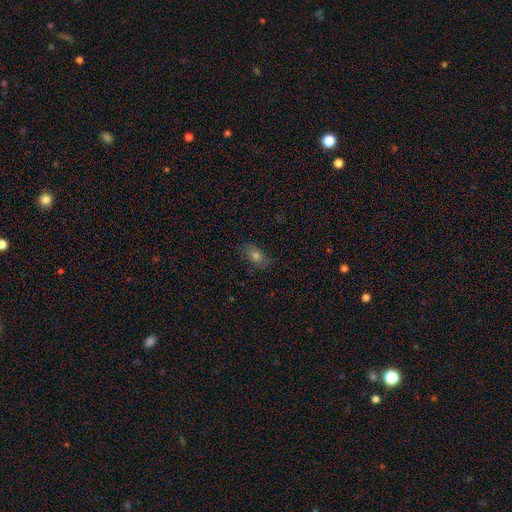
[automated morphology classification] The model was most divided on "smooth or featured": smooth: 64%, star or artifact: 19%, featured or disk: 17%. More confident: how rounded — in between (82%); merging — none (79%).